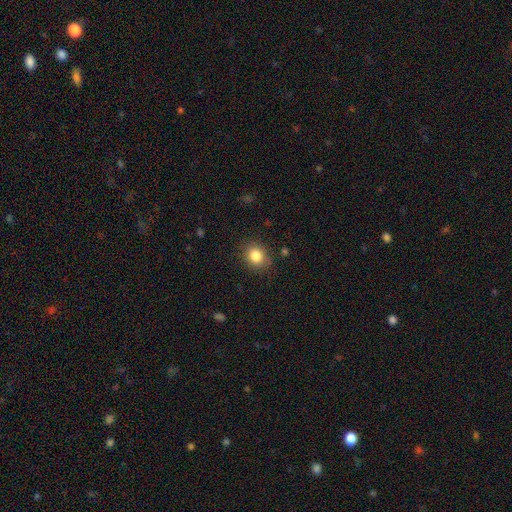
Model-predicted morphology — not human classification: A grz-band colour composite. It shows a smooth galaxy with no disk features (84%) that is round (61%). Merging: none (83%).